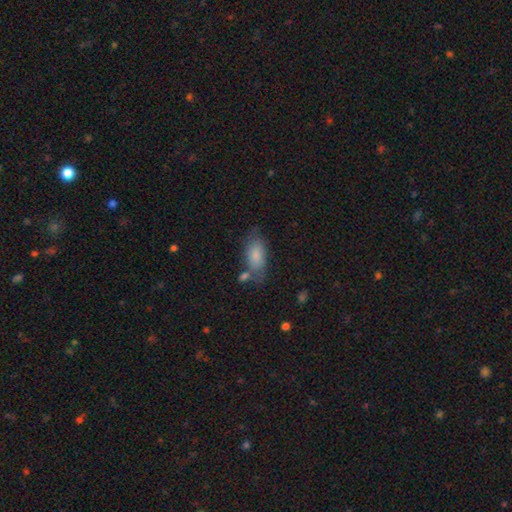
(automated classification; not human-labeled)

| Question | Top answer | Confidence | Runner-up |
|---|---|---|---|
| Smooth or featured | smooth | 80% | featured or disk (13%) |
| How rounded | in between | 89% | cigar-shaped (7%) |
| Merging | none | 58% | minor disturbance (23%) |